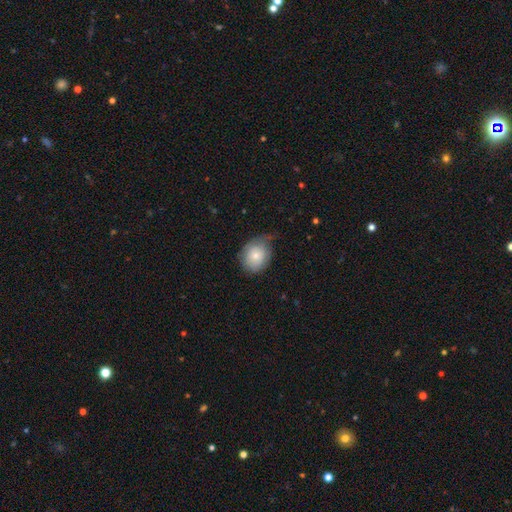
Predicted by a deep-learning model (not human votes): Smooth or featured? smooth (71%)
How rounded? round (61%)
Merging? minor disturbance (41%)